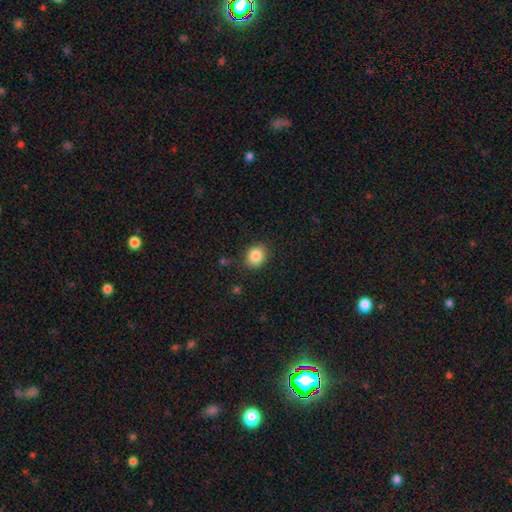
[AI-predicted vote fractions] Smooth or featured? Predicted: smooth (p=0.85). How rounded? Predicted: round (p=0.69). Merging? Predicted: none (p=0.85).